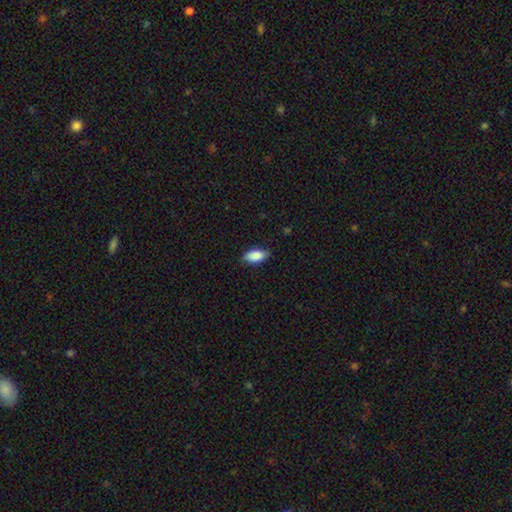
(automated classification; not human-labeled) Q: Smooth or featured?
A: smooth (87%); runner-up: featured or disk (7%)
Q: How rounded?
A: in between (89%); runner-up: cigar-shaped (8%)
Q: Merging?
A: none (83%); runner-up: minor disturbance (13%)